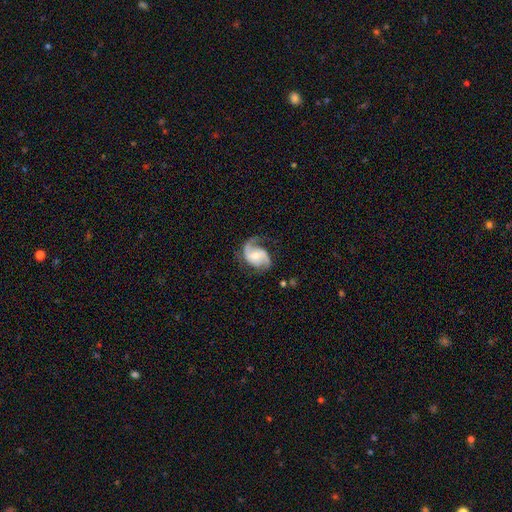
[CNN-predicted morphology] Smooth or featured: featured or disk — 86% (smooth — 9%)
Edge-on disk: no — 98% (yes — 2%)
Bar: no — 52% (weak — 36%)
Spiral arms: yes — 96% (no — 4%)
Spiral winding: medium — 48% (loose — 34%)
Spiral arm count: 2 — 80% (1 — 12%)
Bulge size: moderate — 49% (small — 44%)
Merging: none — 61% (minor disturbance — 21%)